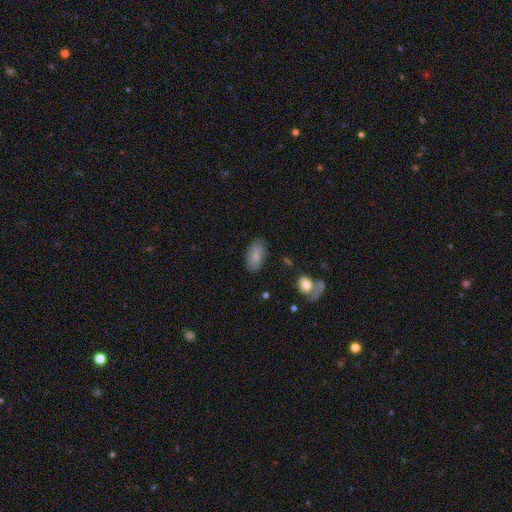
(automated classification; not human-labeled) A smooth galaxy with no disk features (80%) that is in between round and cigar-shaped (94%).

Vote fractions:
- Smooth or featured? smooth: 80% / featured or disk: 13% / star or artifact: 7%
- How rounded? in between: 94% / round: 4% / cigar-shaped: 2%
- Merging? none: 83% / minor disturbance: 12% / major disturbance: 3% / merger: 2%